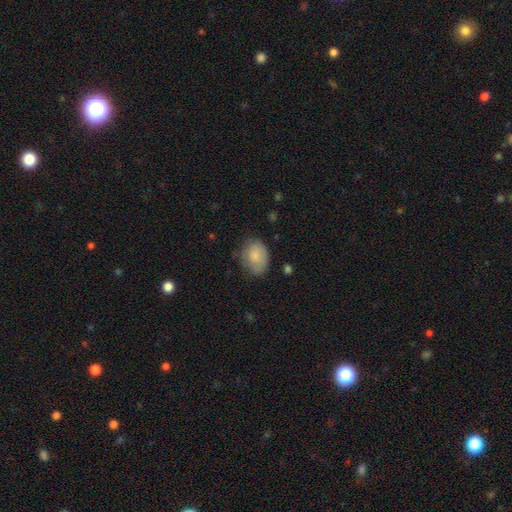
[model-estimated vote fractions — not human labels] Q: Smooth or featured?
A: smooth (81%); runner-up: featured or disk (11%)
Q: How rounded?
A: in between (58%); runner-up: round (41%)
Q: Merging?
A: none (64%); runner-up: minor disturbance (27%)